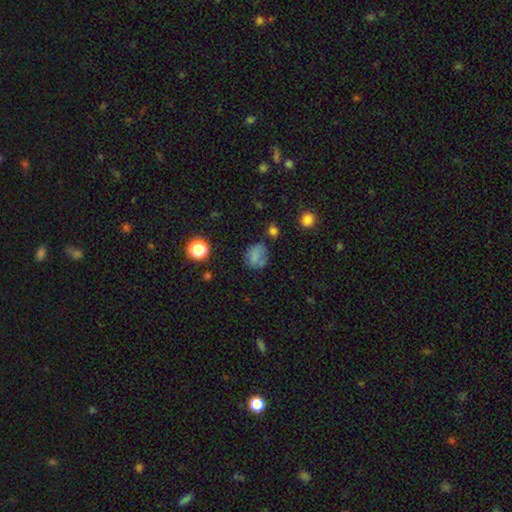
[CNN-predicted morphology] A smooth galaxy with no disk features (69%) that is round (60%). Merging: none (55%).